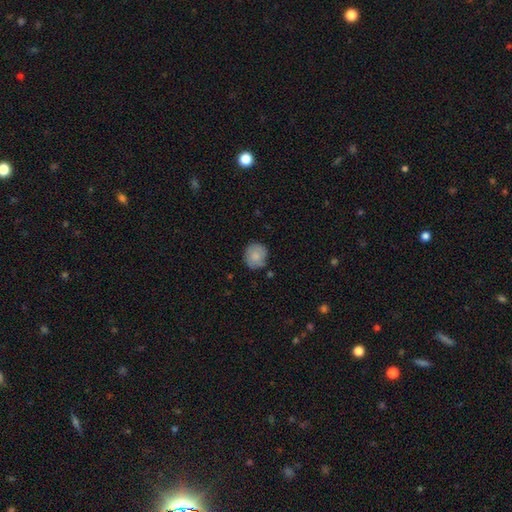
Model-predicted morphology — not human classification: This appears to be a smooth galaxy with no disk features (80%) that is round (86%). Merging: none (77%).